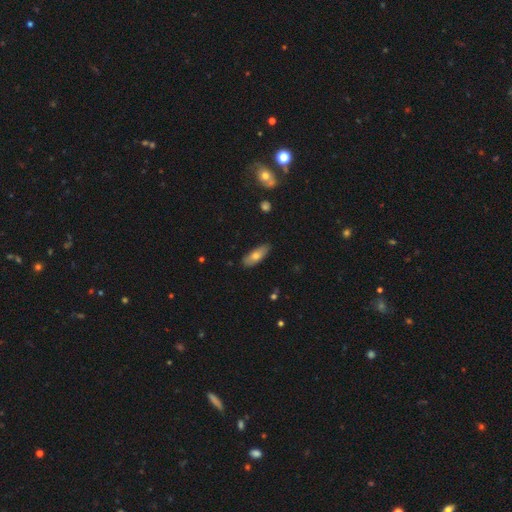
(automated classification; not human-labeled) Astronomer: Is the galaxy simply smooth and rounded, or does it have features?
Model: smooth — 70%.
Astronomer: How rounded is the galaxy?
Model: in between — 65%.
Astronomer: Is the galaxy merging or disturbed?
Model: none — 85%.